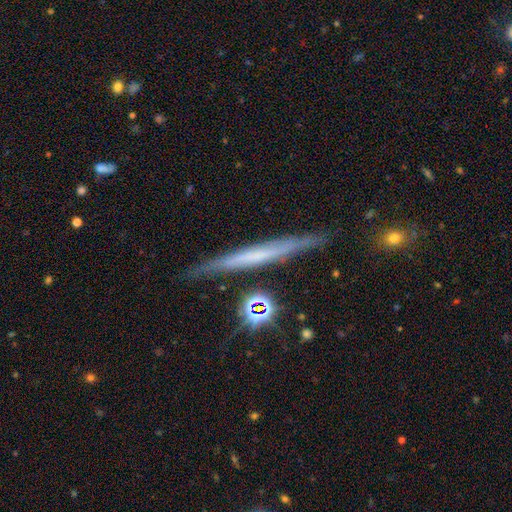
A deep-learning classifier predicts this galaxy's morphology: Q: Smooth or featured?
A: featured or disk (57%); runner-up: smooth (34%)
Q: Edge-on disk?
A: yes (94%); runner-up: no (6%)
Q: Edge-on bulge?
A: none (83%); runner-up: rounded (10%)
Q: Merging?
A: none (84%); runner-up: minor disturbance (11%)